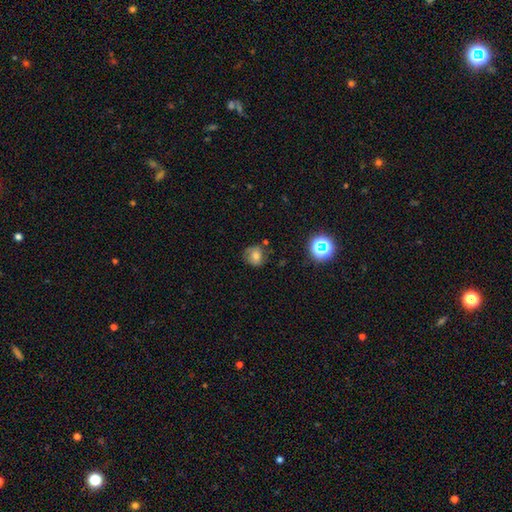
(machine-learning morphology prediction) Smooth or featured? smooth (67%)
How rounded? round (80%)
Merging? none (67%)